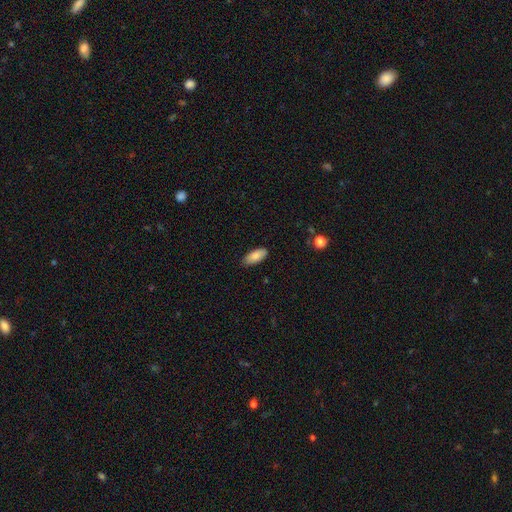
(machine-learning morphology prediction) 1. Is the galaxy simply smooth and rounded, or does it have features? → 85% smooth, 9% featured or disk, 6% star or artifact.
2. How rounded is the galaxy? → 86% in between, 12% cigar-shaped, 2% round.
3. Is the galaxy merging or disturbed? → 85% none, 12% minor disturbance, 2% major disturbance, 1% merger.